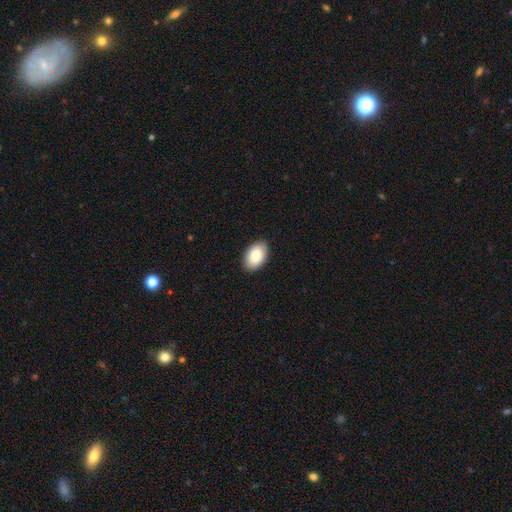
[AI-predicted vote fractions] Smooth or featured?
  - smooth: 88% *
  - star or artifact: 6%
  - featured or disk: 6%
How rounded?
  - in between: 92% *
  - round: 7%
  - cigar-shaped: 1%
Merging?
  - none: 89% *
  - minor disturbance: 8%
  - major disturbance: 2%
  - merger: 1%